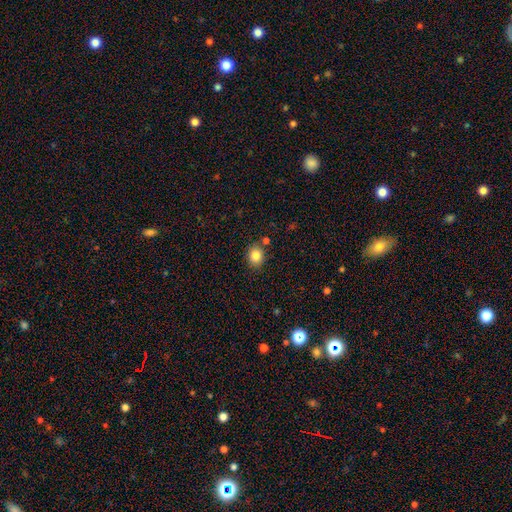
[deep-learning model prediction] This appears to be a smooth galaxy with no disk features (84%) that is round (63%). Merging: none (82%).